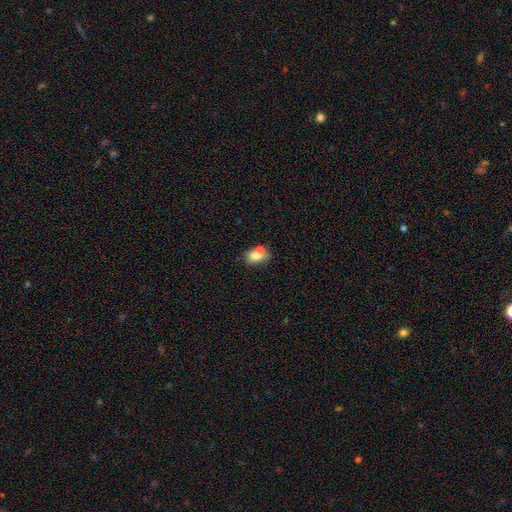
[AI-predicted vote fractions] Smooth or featured? smooth (70%)
How rounded? in between (74%)
Merging? merger (41%)